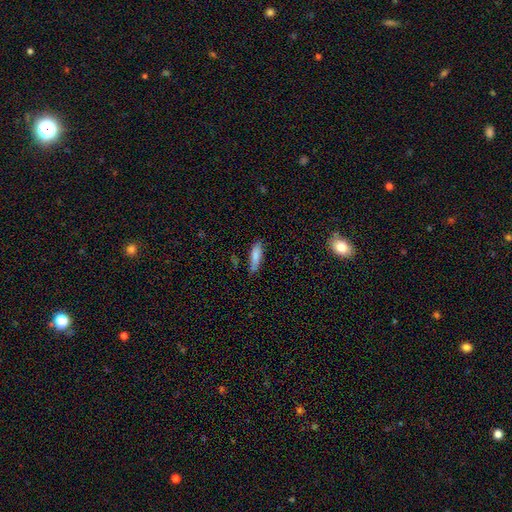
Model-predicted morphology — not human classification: Q: Smooth or featured?
A: smooth (83%); runner-up: featured or disk (11%)
Q: How rounded?
A: cigar-shaped (54%); runner-up: in between (44%)
Q: Merging?
A: none (79%); runner-up: minor disturbance (17%)